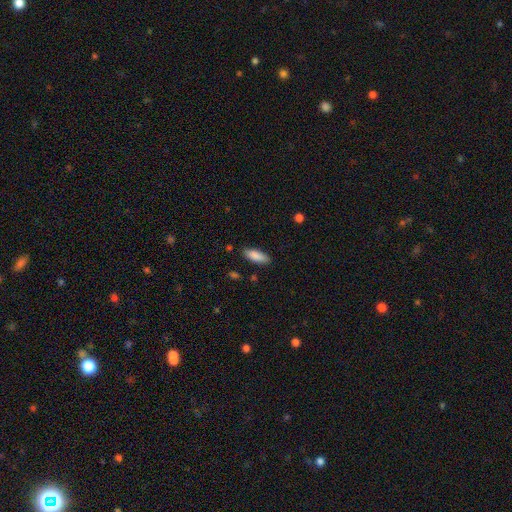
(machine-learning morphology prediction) A smooth galaxy with no disk features (88%) that is in between round and cigar-shaped (71%). Merging: none (83%).